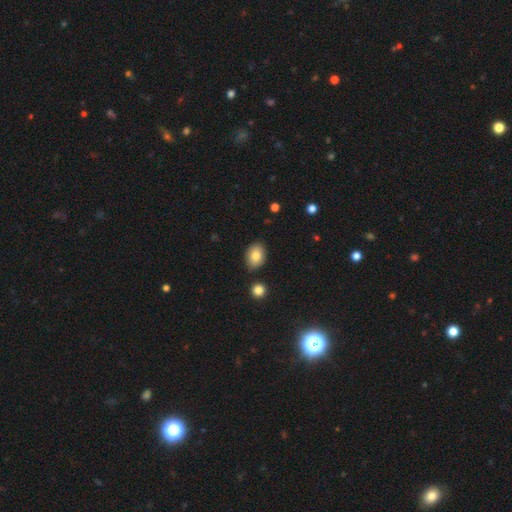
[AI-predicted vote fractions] smooth_or_featured: smooth (p=0.81) [alt: featured or disk p=0.11]
how_rounded: in between (p=0.80) [alt: round p=0.19]
merging: none (p=0.84) [alt: minor disturbance p=0.10]